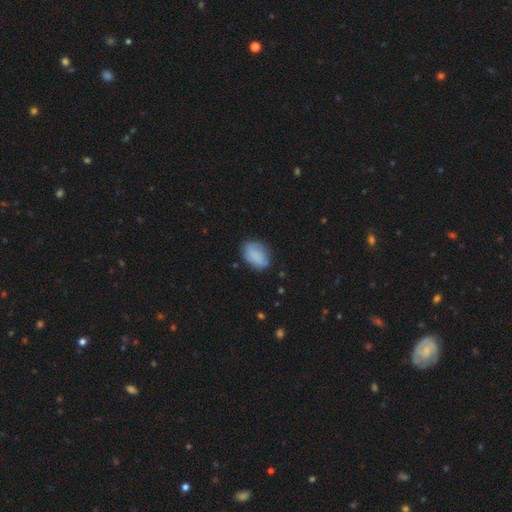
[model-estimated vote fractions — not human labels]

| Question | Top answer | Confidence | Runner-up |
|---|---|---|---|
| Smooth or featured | smooth | 81% | featured or disk (12%) |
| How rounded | in between | 81% | round (18%) |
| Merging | none | 68% | minor disturbance (24%) |